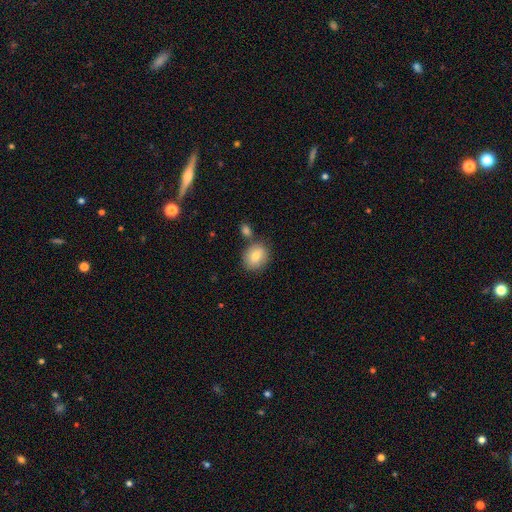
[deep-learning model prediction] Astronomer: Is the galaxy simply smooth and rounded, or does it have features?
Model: smooth — 78%.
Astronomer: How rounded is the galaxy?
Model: round — 57% (runner-up: in between, 42%).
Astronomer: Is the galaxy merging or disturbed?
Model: none — 70%.